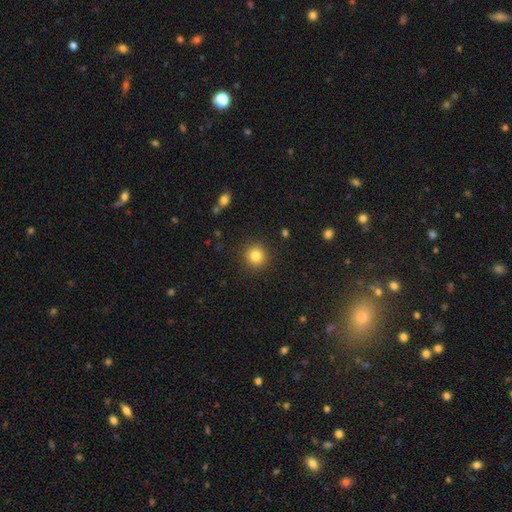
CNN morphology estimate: smooth-or-featured: smooth: 83% | star or artifact: 11% | featured or disk: 6%
  how-rounded: round: 93% | in between: 6% | cigar-shaped: 1%
  merging: none: 90% | minor disturbance: 6% | major disturbance: 2% | merger: 1%